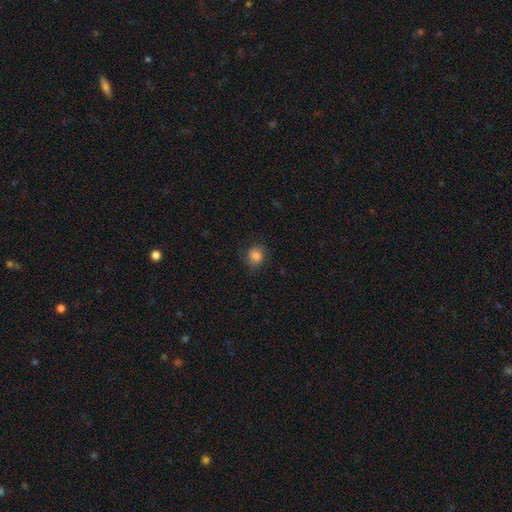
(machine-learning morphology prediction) type=smooth (79%); roundness=round (73%); merging=none (76%).